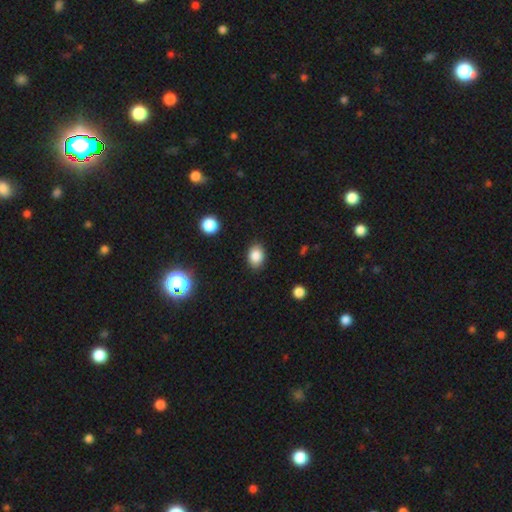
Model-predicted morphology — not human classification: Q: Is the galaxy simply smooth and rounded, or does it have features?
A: smooth — 85%.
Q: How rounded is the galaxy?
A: in between — 69%.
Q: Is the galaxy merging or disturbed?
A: none — 86%.